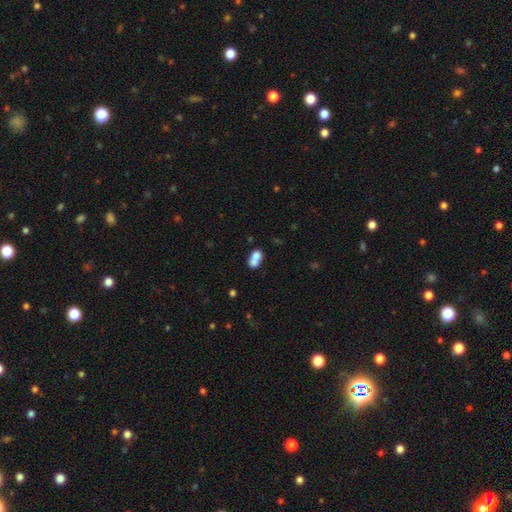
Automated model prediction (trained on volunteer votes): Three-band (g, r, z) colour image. It shows a smooth galaxy with no disk features (72%) that is in between round and cigar-shaped (67%). Merging: merger (66%).